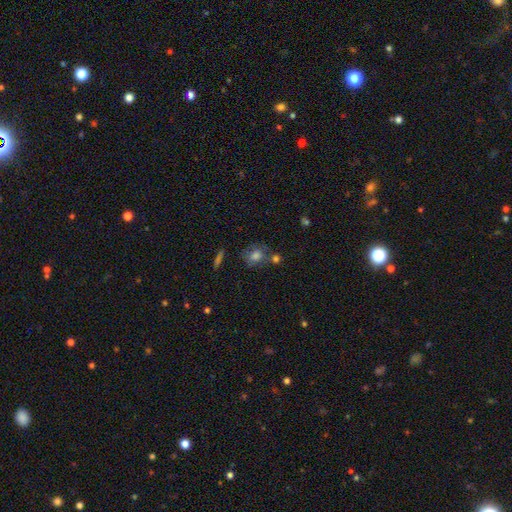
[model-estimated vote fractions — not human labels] smooth_or_featured: smooth (p=0.70) [alt: featured or disk p=0.18]
how_rounded: round (p=0.50) [alt: in between p=0.48]
merging: none (p=0.54) [alt: merger p=0.20]